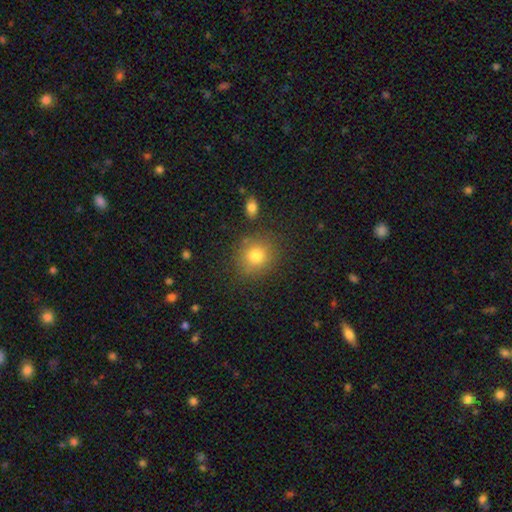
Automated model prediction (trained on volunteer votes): A smooth galaxy with no disk features (78%) that is round (84%).

Vote fractions:
- Smooth or featured? smooth: 78% / star or artifact: 13% / featured or disk: 9%
- How rounded? round: 84% / in between: 15% / cigar-shaped: 1%
- Merging? none: 82% / minor disturbance: 10% / major disturbance: 4% / merger: 4%